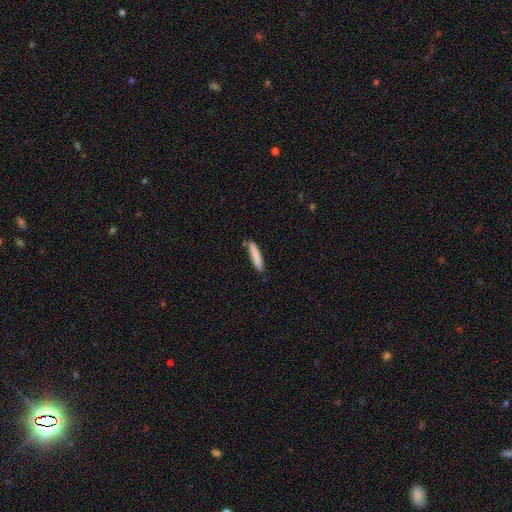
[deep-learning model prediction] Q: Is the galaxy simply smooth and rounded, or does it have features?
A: smooth — 84%.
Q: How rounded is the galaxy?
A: cigar-shaped — 89%.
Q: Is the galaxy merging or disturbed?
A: none — 83%.